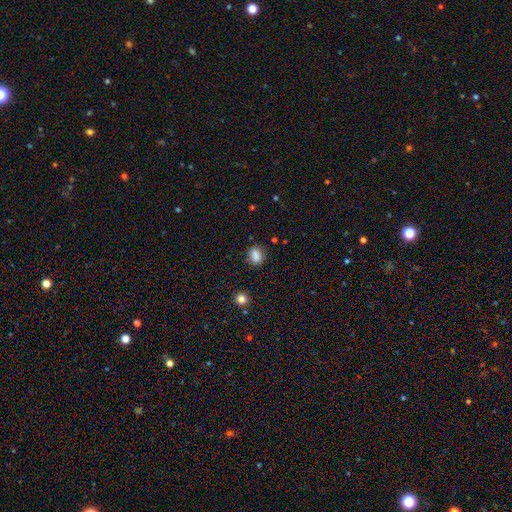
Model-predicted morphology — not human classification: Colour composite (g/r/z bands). It shows a smooth galaxy with no disk features (83%) that is in between round and cigar-shaped (59%). Merging: none (79%).